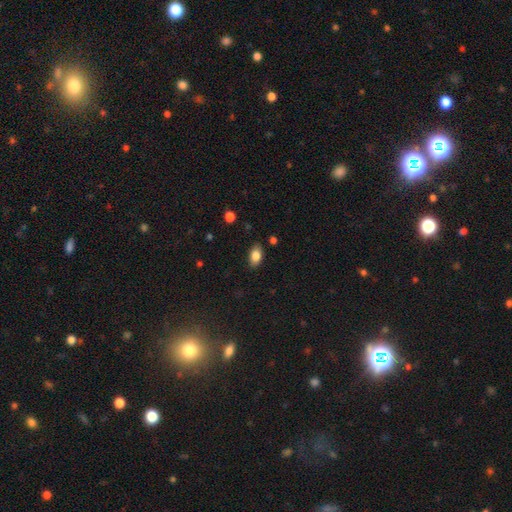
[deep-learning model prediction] Morphology: type=smooth (85%); roundness=in between (89%); merging=none (84%).